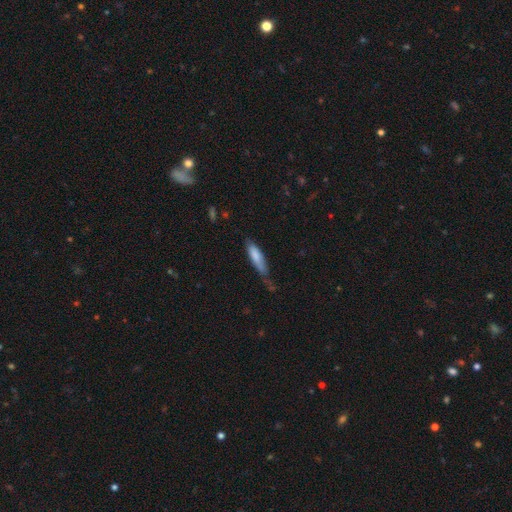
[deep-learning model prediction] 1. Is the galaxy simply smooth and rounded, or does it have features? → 78% smooth, 16% featured or disk, 6% star or artifact.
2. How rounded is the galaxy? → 70% cigar-shaped, 28% in between, 1% round.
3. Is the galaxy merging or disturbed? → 44% none, 39% minor disturbance, 13% major disturbance, 4% merger.